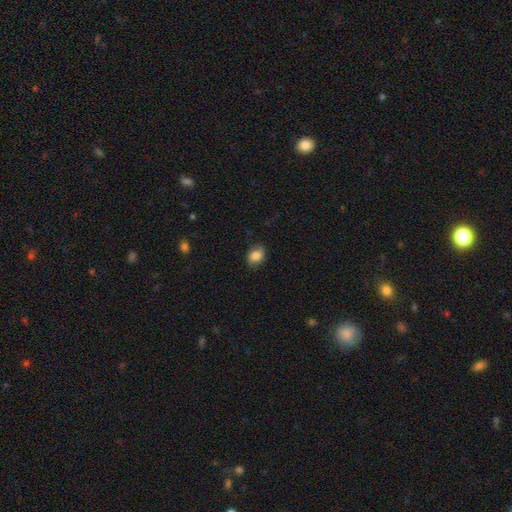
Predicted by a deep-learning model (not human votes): A smooth galaxy with no disk features (82%) that is in between round and cigar-shaped (68%).

Vote fractions:
- Smooth or featured? smooth: 82% / featured or disk: 10% / star or artifact: 8%
- How rounded? in between: 68% / round: 30% / cigar-shaped: 1%
- Merging? none: 78% / minor disturbance: 17% / major disturbance: 4% / merger: 1%